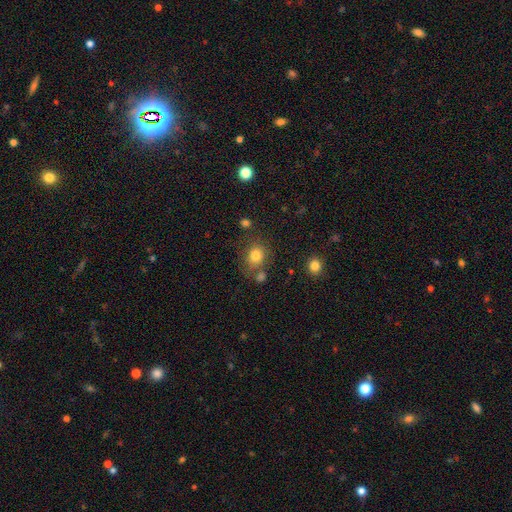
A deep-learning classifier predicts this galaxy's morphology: Q: Smooth or featured?
A: smooth (80%); runner-up: star or artifact (12%)
Q: How rounded?
A: round (72%); runner-up: in between (27%)
Q: Merging?
A: none (67%); runner-up: minor disturbance (15%)